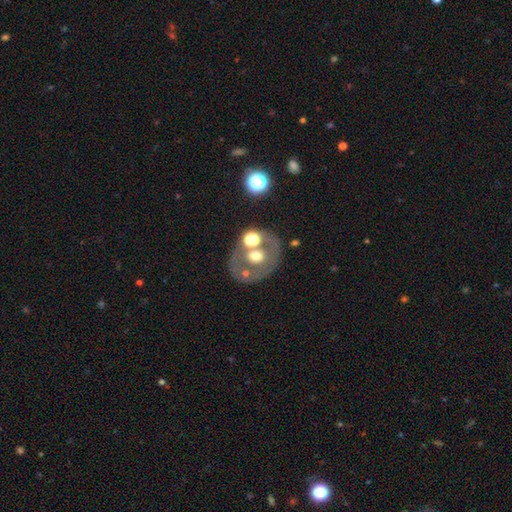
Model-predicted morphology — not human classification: This appears to be a featured or disk galaxy (47%). Merging: none (61%).